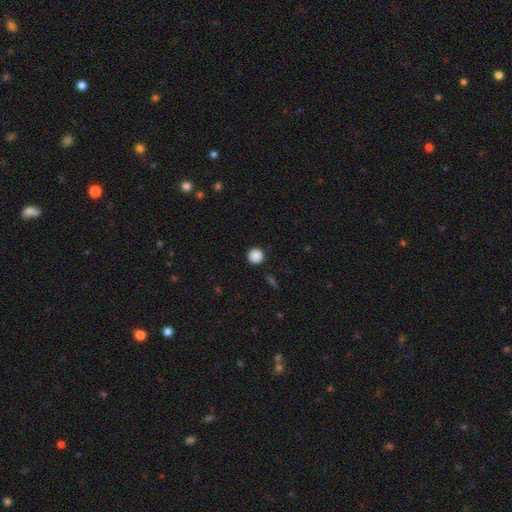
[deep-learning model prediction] The model was most divided on "smooth or featured": smooth: 88%, star or artifact: 9%, featured or disk: 2%. More confident: how rounded — round (96%); merging — none (92%).